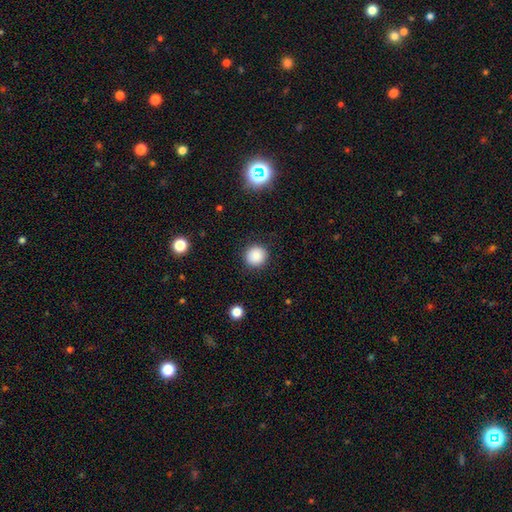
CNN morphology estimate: This is clearly a smooth galaxy (87%). How rounded: clearly round (94%). Merging: clearly none (90%).